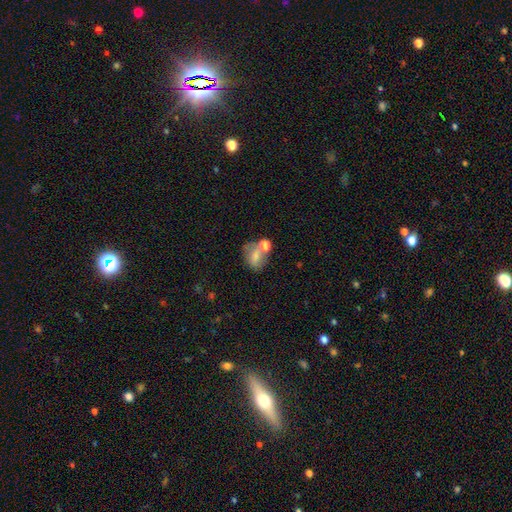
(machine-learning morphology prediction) The model was most divided on "merging" (2-way tie): none: 36%, merger: 36%, minor disturbance: 17%, major disturbance: 11%. More confident: smooth or featured — smooth (66%); how rounded — in between (65%).